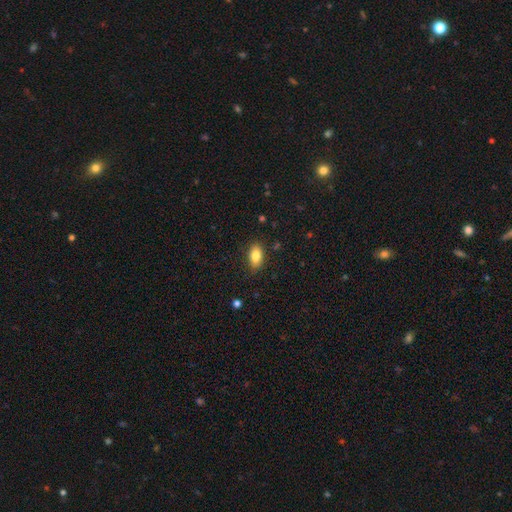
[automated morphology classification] Smooth or featured? Predicted: smooth (p=0.84). How rounded? Predicted: in between (p=0.90). Merging? Predicted: none (p=0.85).